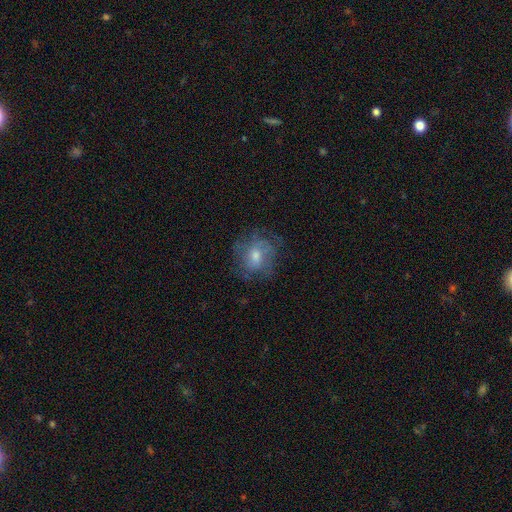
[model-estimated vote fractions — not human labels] A featured or disk galaxy (51%).

Vote fractions:
- Smooth or featured? featured or disk: 51% / smooth: 37% / star or artifact: 11%
- Edge-on disk? no: 96% / yes: 4%
- Merging? none: 66% / minor disturbance: 20% / major disturbance: 13% / merger: 1%